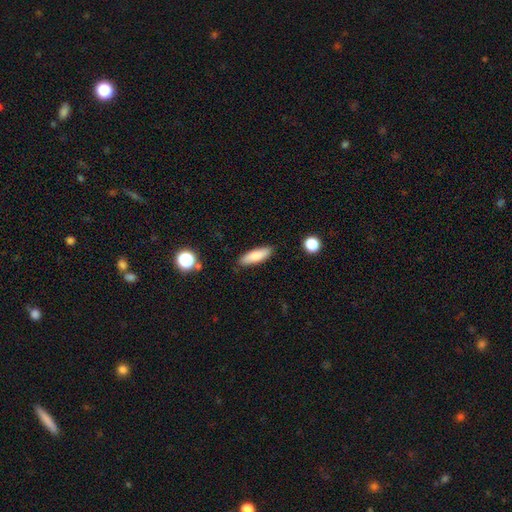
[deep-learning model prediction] A smooth galaxy with no disk features (81%) that is cigar-shaped (51%).

Vote fractions:
- Smooth or featured? smooth: 81% / featured or disk: 12% / star or artifact: 7%
- How rounded? cigar-shaped: 51% / in between: 47% / round: 2%
- Merging? none: 85% / minor disturbance: 11% / major disturbance: 2% / merger: 2%